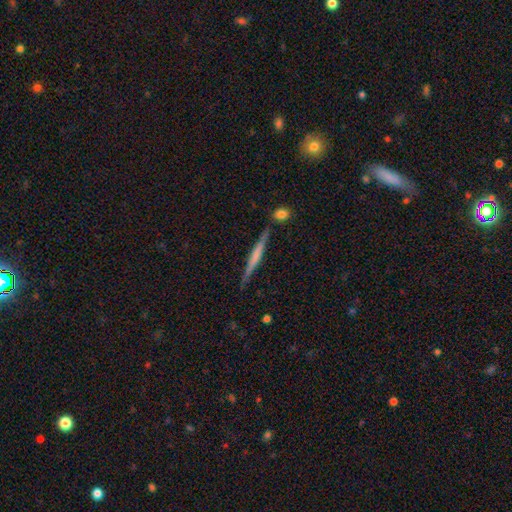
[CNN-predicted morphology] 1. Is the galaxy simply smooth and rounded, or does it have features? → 56% featured or disk, 38% smooth, 6% star or artifact.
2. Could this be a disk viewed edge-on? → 97% yes, 3% no.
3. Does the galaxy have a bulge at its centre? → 57% none, 23% boxy, 20% rounded.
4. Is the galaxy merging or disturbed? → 83% none, 11% minor disturbance, 4% merger, 2% major disturbance.